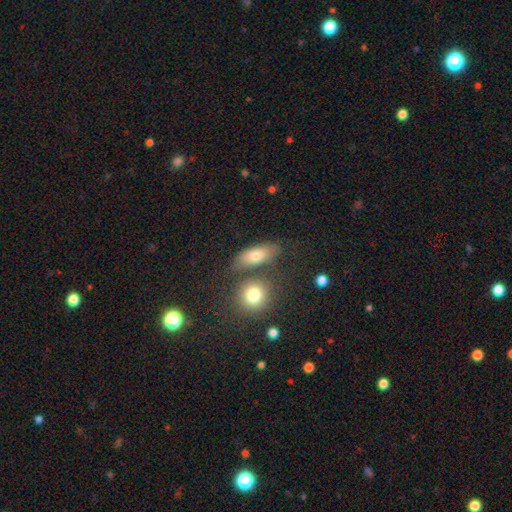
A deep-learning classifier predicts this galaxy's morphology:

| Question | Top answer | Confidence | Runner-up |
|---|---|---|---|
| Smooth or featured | smooth | 71% | featured or disk (18%) |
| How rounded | in between | 61% | cigar-shaped (21%) |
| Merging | none | 71% | minor disturbance (12%) |